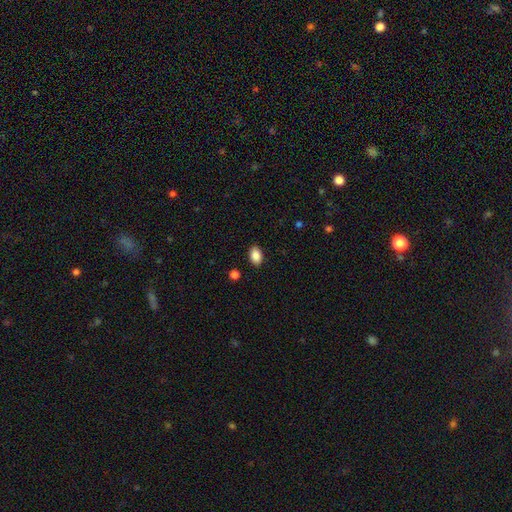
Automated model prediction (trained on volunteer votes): The model was most divided on "how rounded": in between: 86%, round: 13%, cigar-shaped: 1%. More confident: smooth or featured — smooth (88%); merging — none (88%).